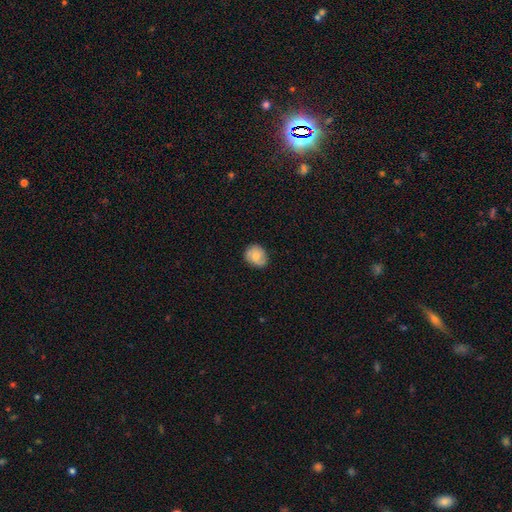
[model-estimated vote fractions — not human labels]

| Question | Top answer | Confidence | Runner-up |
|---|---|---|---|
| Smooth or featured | smooth | 62% | featured or disk (30%) |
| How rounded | round | 63% | in between (36%) |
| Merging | none | 79% | minor disturbance (17%) |